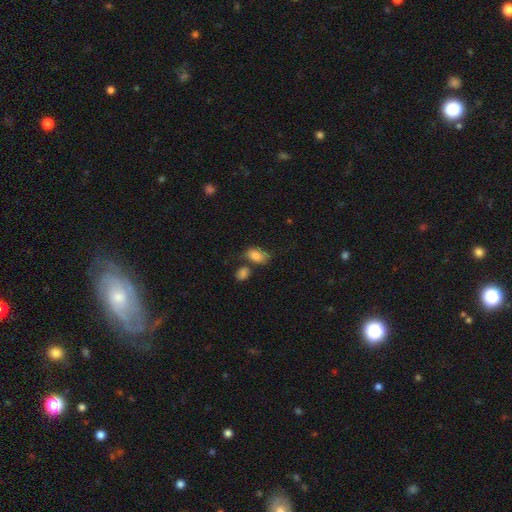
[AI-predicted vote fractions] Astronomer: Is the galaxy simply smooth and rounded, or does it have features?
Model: smooth — 83%.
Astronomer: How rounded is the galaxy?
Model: in between — 88%.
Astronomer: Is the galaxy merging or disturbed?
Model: none — 44% (runner-up: minor disturbance, 23%).